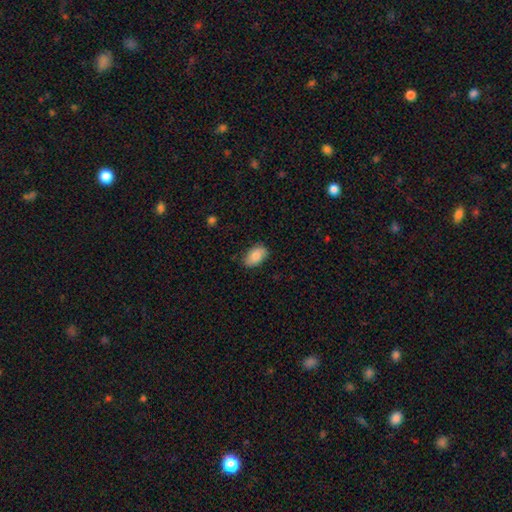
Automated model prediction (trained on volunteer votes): A smooth galaxy with no disk features (84%) that is in between round and cigar-shaped (91%).

Vote fractions:
- Smooth or featured? smooth: 84% / featured or disk: 10% / star or artifact: 7%
- How rounded? in between: 91% / round: 8% / cigar-shaped: 1%
- Merging? none: 82% / minor disturbance: 15% / major disturbance: 2% / merger: 1%